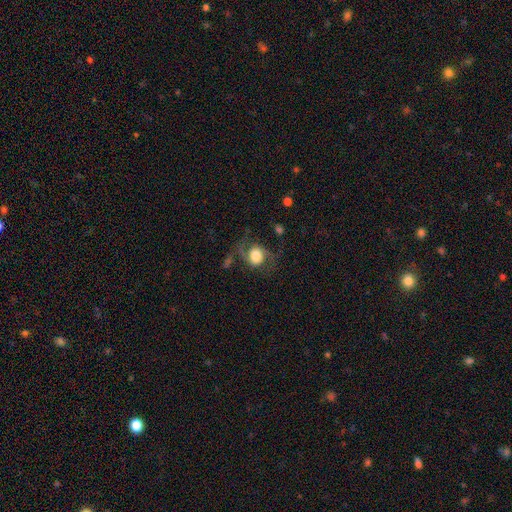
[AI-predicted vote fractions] The model was most divided on "smooth or featured": featured or disk: 49%, smooth: 43%, star or artifact: 8%. More confident: merging — none (54%).